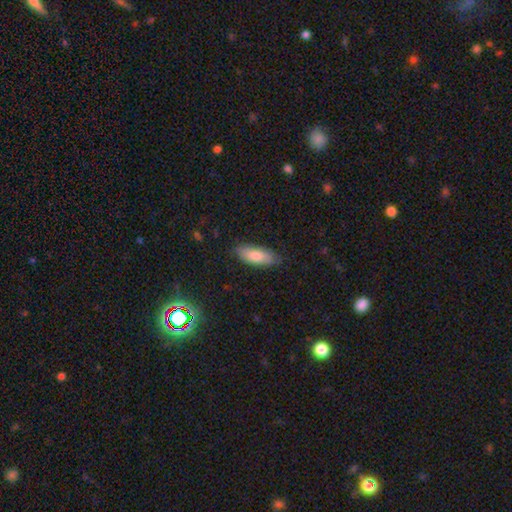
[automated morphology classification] Smooth or featured?
  - smooth: 79% *
  - featured or disk: 15%
  - star or artifact: 6%
How rounded?
  - in between: 71% *
  - cigar-shaped: 27%
  - round: 2%
Merging?
  - none: 81% *
  - minor disturbance: 15%
  - major disturbance: 3%
  - merger: 1%